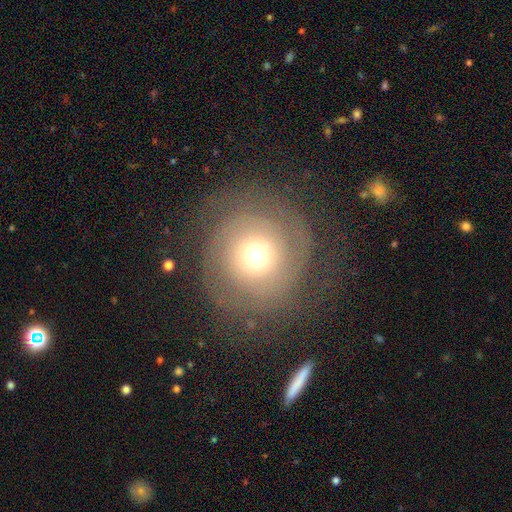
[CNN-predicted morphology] featured or disk 63%, smooth 28%, star or artifact 9%. Down the decision tree: edge-on disk — no (97%); bar — no (84%); spiral arms — yes (84%); spiral arm count — 2 (55%); spiral winding — tight (70%); bulge size — moderate (59%); merging — none (75%).